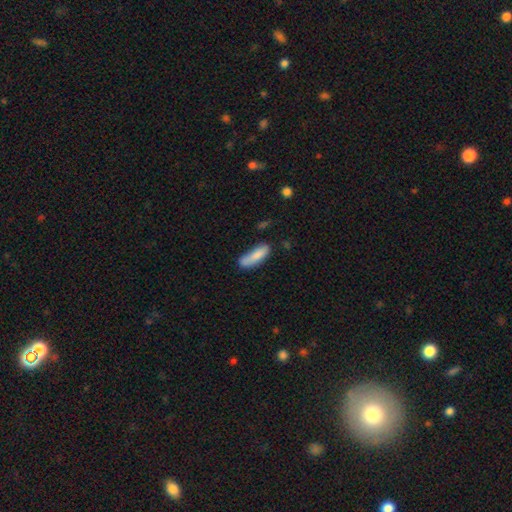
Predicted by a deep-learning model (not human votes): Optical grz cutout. It shows a smooth galaxy with no disk features (82%) that is cigar-shaped (53%). Merging: none (58%).